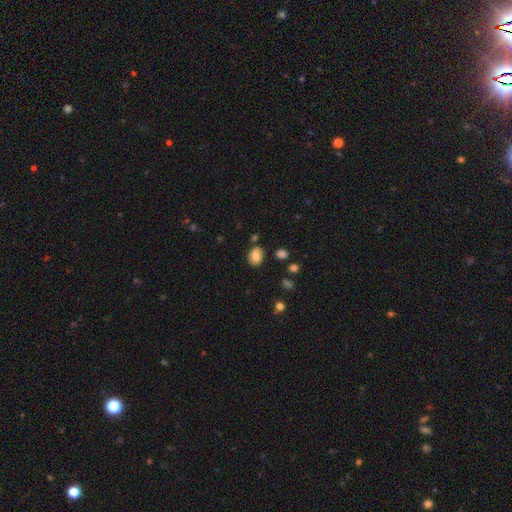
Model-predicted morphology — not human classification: Smooth or featured? Predicted: smooth (p=0.72). How rounded? Predicted: in between (p=0.59). Merging? Predicted: none (p=0.73).